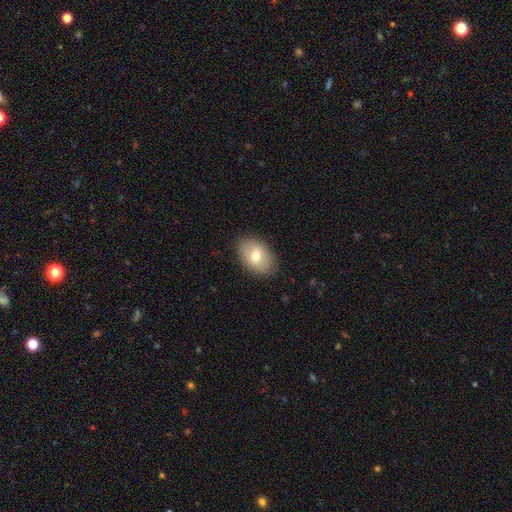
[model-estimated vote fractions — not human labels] Smooth or featured?
  - smooth: 68% *
  - featured or disk: 24%
  - star or artifact: 7%
How rounded?
  - in between: 84% *
  - round: 15%
  - cigar-shaped: 1%
Merging?
  - none: 86% *
  - minor disturbance: 10%
  - major disturbance: 3%
  - merger: 1%